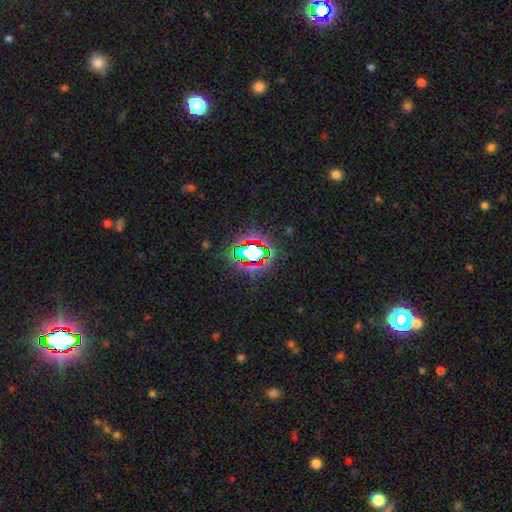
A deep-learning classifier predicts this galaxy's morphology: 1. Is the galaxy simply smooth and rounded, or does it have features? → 66% star or artifact, 20% smooth, 14% featured or disk.